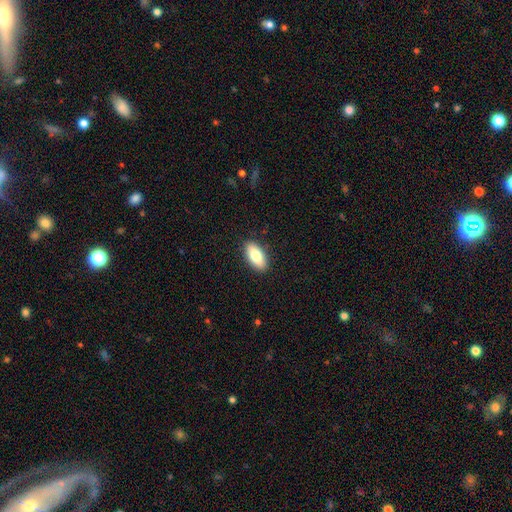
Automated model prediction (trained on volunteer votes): smooth 79%, featured or disk 14%, star or artifact 7%. Down the decision tree: how rounded — in between (90%); merging — none (89%).